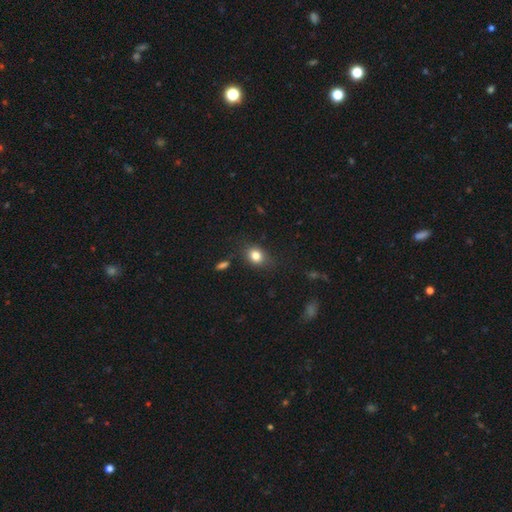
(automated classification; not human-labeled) smooth_or_featured: smooth (p=0.81) [alt: star or artifact p=0.11]
how_rounded: in between (p=0.50) [alt: round p=0.49]
merging: none (p=0.77) [alt: minor disturbance p=0.16]